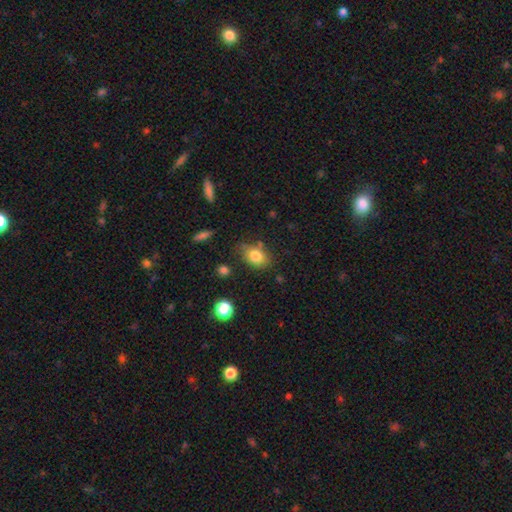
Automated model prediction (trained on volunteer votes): Overall: smooth (80%). How rounded: in between (78%). Merging: none (68%).